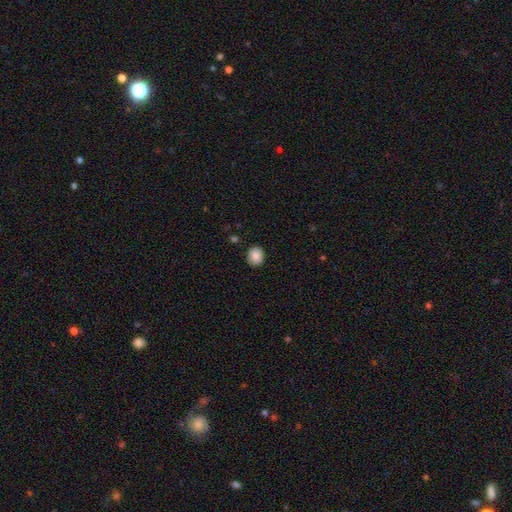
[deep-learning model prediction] This appears to be a smooth galaxy with no disk features (88%) that is round (62%). Merging: none (88%).